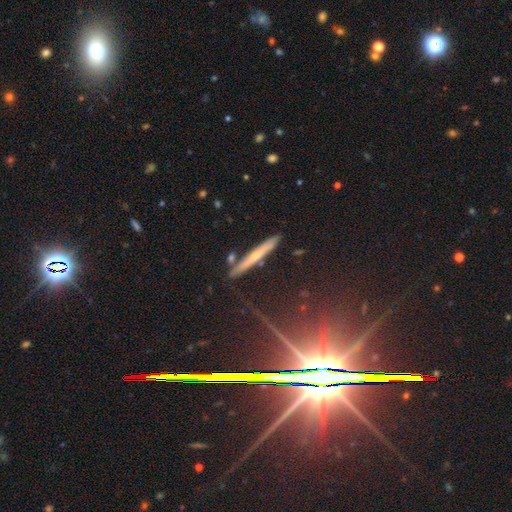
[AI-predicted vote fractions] Smooth or featured? featured or disk (46%)
Merging? none (85%)